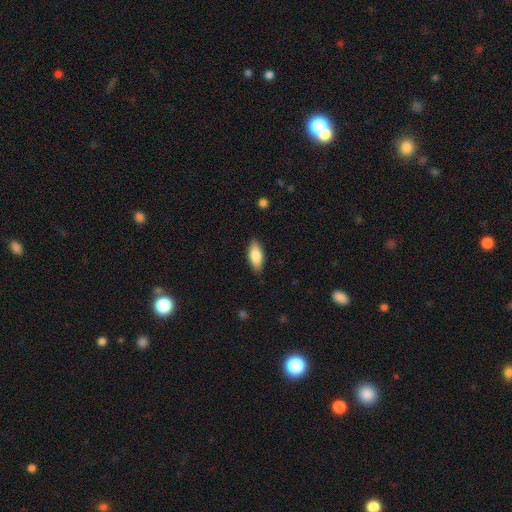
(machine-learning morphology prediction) smooth-or-featured: smooth: 82% | featured or disk: 12% | star or artifact: 6%
  how-rounded: in between: 82% | cigar-shaped: 16% | round: 2%
  merging: none: 86% | minor disturbance: 11% | major disturbance: 2% | merger: 1%